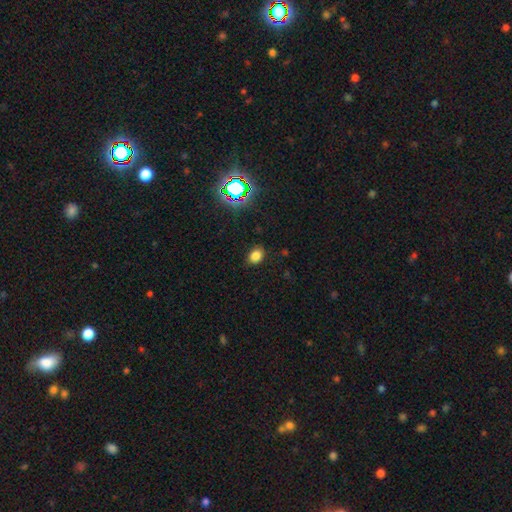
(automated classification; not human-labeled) Smooth or featured: smooth — 78% (star or artifact — 16%)
How rounded: in between — 68% (round — 31%)
Merging: none — 85% (minor disturbance — 11%)